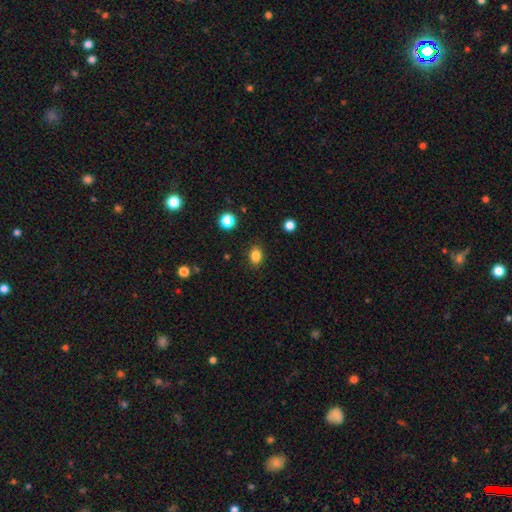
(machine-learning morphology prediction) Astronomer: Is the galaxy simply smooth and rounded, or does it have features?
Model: smooth — 85%.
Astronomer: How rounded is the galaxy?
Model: in between — 67%.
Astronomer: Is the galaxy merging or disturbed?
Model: none — 88%.